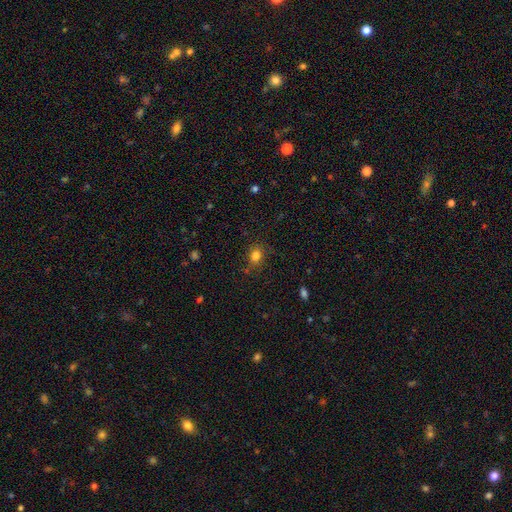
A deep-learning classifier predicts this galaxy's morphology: This appears to be a smooth galaxy with no disk features (80%) that is round (62%). Merging: none (75%).